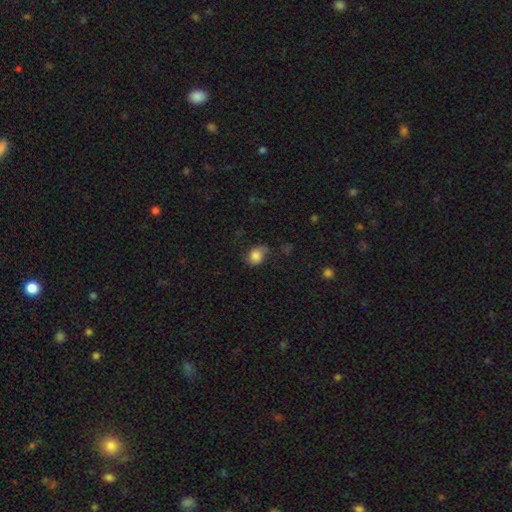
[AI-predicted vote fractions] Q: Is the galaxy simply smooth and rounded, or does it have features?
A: smooth — 71%.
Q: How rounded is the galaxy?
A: round — 62%.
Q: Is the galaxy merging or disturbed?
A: none — 53%.